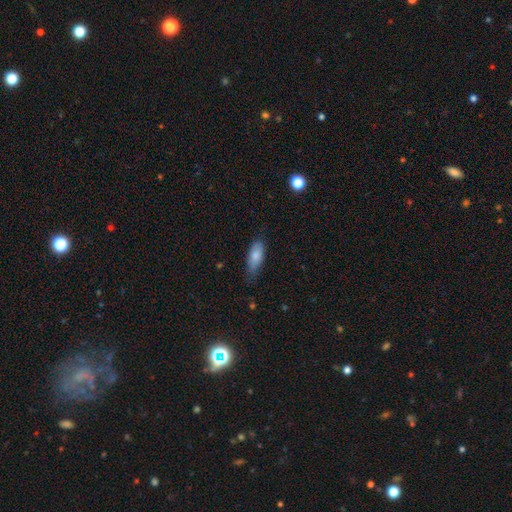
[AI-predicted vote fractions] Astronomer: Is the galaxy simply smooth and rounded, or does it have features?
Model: smooth — 81%.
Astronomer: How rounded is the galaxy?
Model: in between — 80%.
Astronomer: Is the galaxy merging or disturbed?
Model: none — 64%.